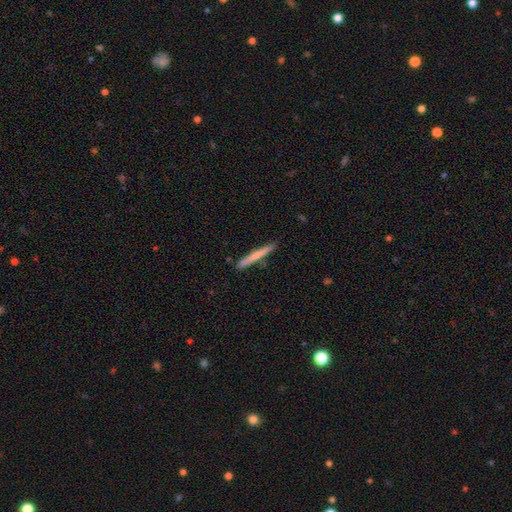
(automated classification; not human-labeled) smooth 64%, featured or disk 30%, star or artifact 5%. Down the decision tree: how rounded — cigar-shaped (97%); merging — none (89%).